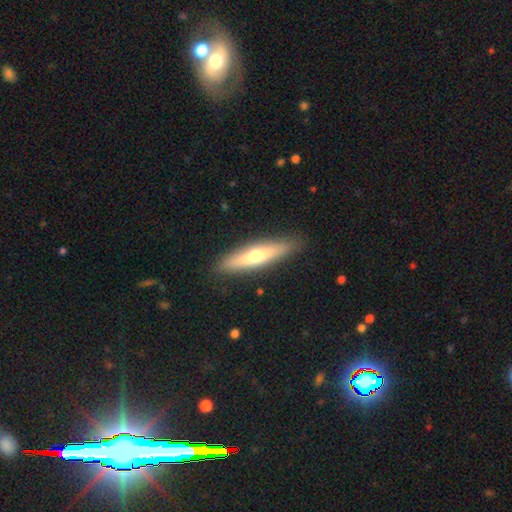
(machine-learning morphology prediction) type=smooth (50%); merging=none (89%).